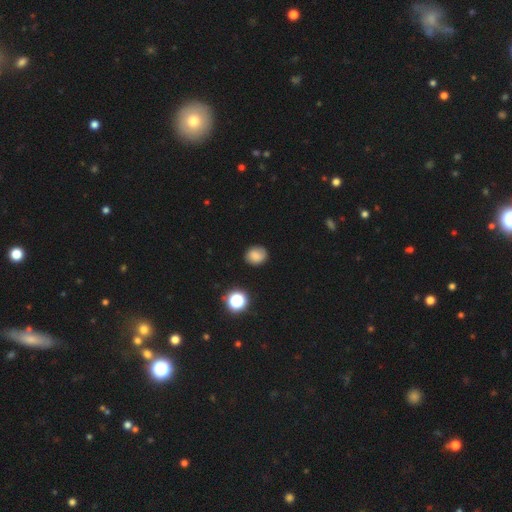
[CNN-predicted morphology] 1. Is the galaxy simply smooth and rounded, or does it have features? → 80% smooth, 12% star or artifact, 9% featured or disk.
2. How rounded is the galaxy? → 63% round, 36% in between, 1% cigar-shaped.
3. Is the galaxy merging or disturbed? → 84% none, 12% minor disturbance, 3% major disturbance, 1% merger.